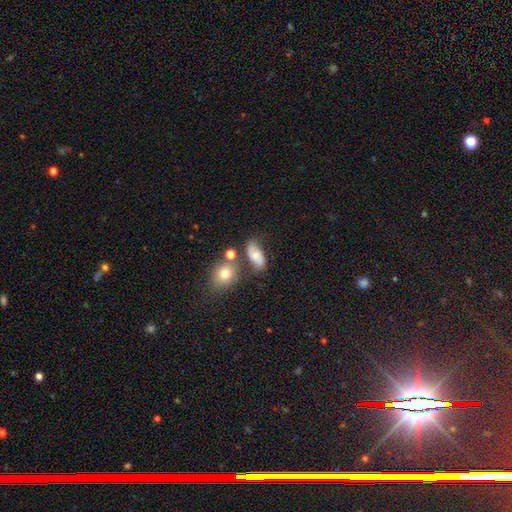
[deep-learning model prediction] This is possibly a smooth galaxy (58%). How rounded: clearly in between (84%). Merging: possibly none (54%).